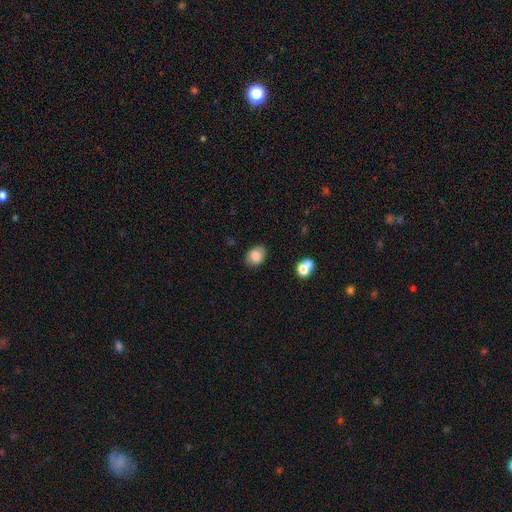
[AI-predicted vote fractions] smooth-or-featured: smooth: 83% | star or artifact: 9% | featured or disk: 8%
  how-rounded: in between: 65% | round: 34% | cigar-shaped: 1%
  merging: none: 82% | minor disturbance: 13% | major disturbance: 3% | merger: 3%